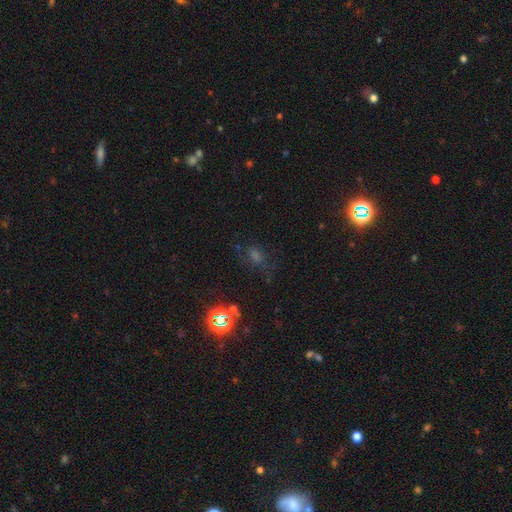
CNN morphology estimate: Smooth or featured? star or artifact (47%)